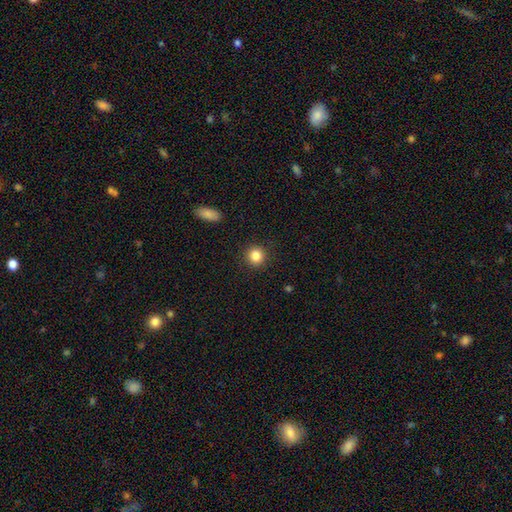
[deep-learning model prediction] smooth_or_featured: smooth (p=0.85) [alt: star or artifact p=0.10]
how_rounded: round (p=0.91) [alt: in between p=0.08]
merging: none (p=0.91) [alt: minor disturbance p=0.06]